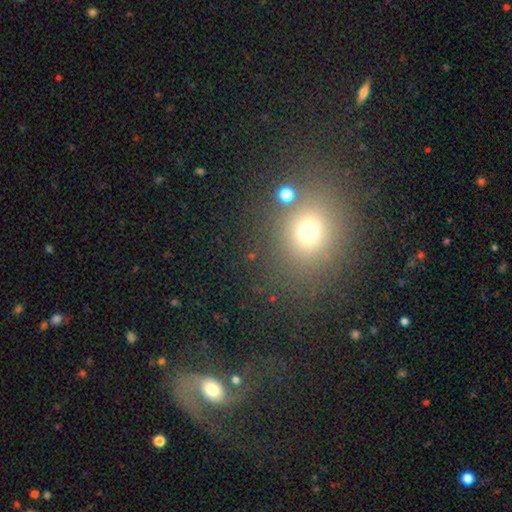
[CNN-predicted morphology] This is possibly a smooth galaxy (60%). How rounded: likely round (70%). Merging: likely none (69%).